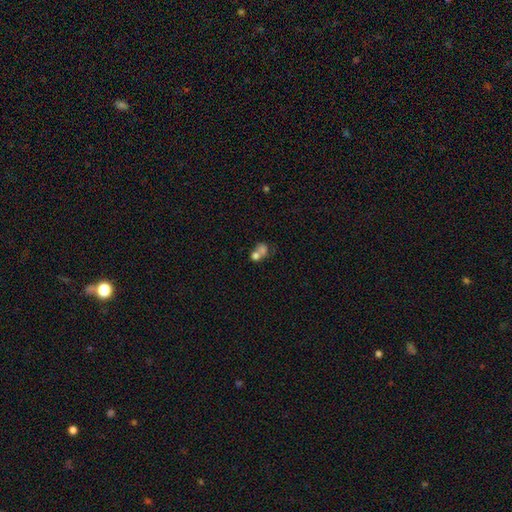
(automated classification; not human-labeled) Smooth or featured: smooth — 50% (star or artifact — 29%)
How rounded: round — 51% (in between — 45%)
Merging: merger — 42% (none — 41%)